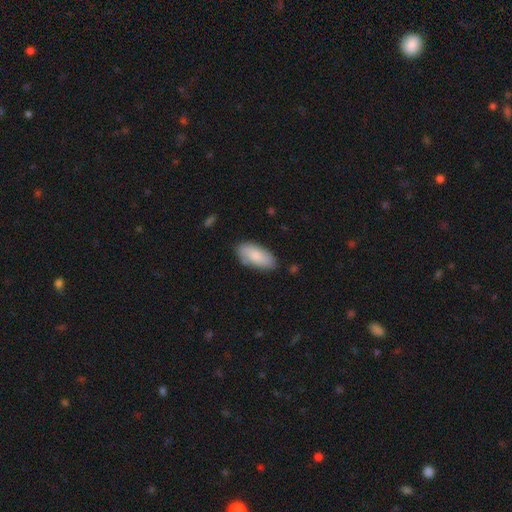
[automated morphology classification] smooth-or-featured: smooth: 81% | featured or disk: 13% | star or artifact: 6%
  how-rounded: in between: 91% | cigar-shaped: 7% | round: 2%
  merging: none: 78% | minor disturbance: 17% | major disturbance: 3% | merger: 2%